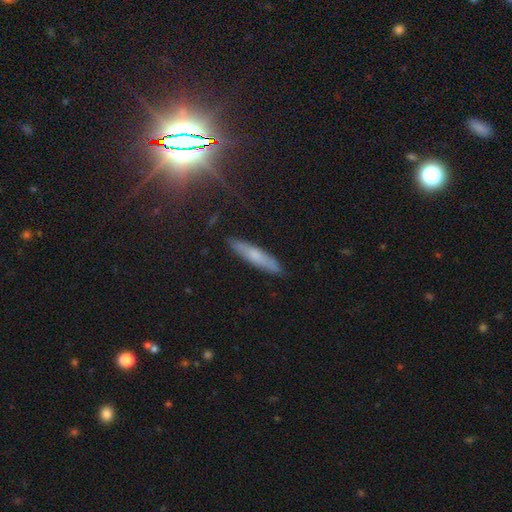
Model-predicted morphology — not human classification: This is likely a smooth galaxy (61%). How rounded: clearly cigar-shaped (87%). Merging: clearly none (87%).